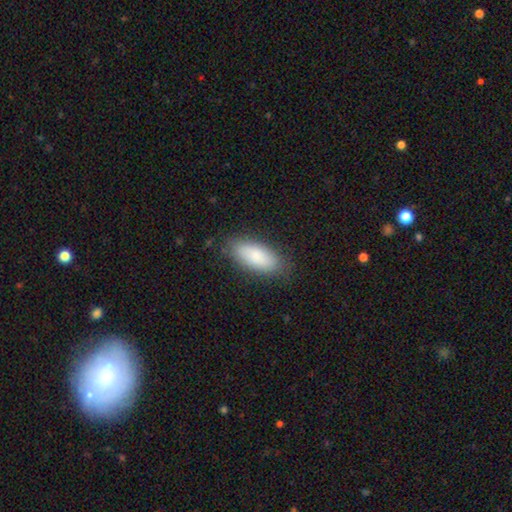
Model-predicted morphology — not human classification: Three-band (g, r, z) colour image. It shows a smooth galaxy with no disk features (85%) that is in between round and cigar-shaped (80%). Merging: none (85%).